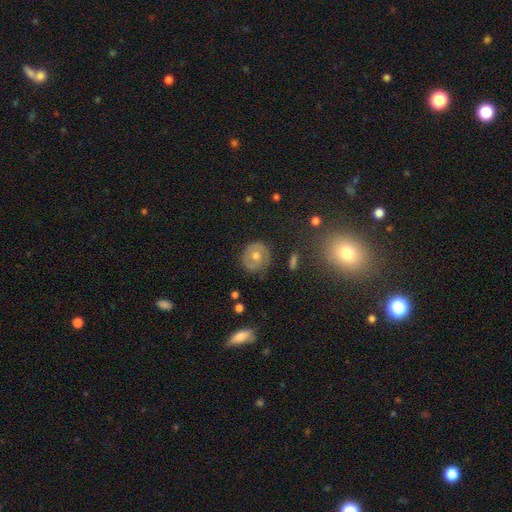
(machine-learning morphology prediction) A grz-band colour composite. It shows a featured or disk galaxy (47%). Merging: none (82%).